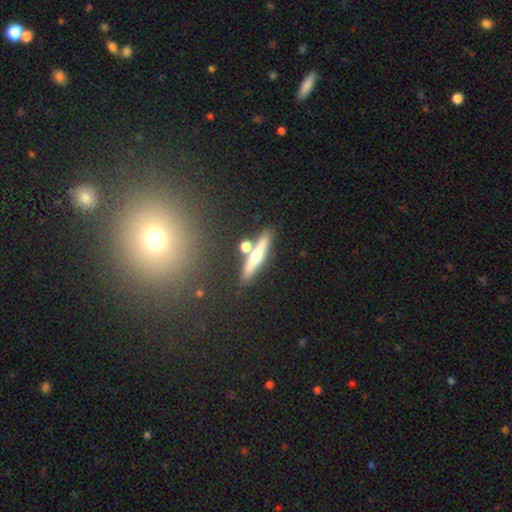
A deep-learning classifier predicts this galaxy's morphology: type=featured or disk (50%); merging=none (75%).